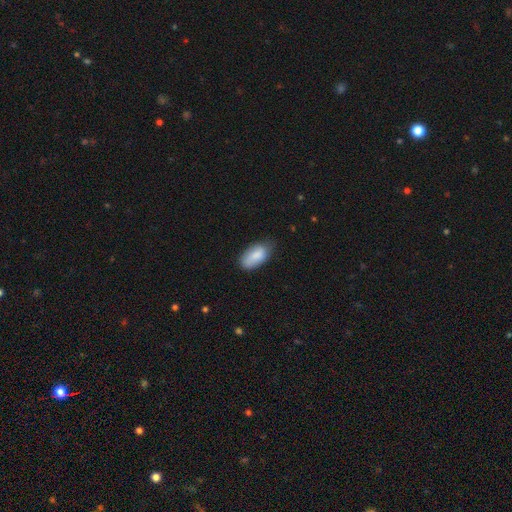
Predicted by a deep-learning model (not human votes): Overall: smooth (84%). How rounded: in between (94%). Merging: none (67%).